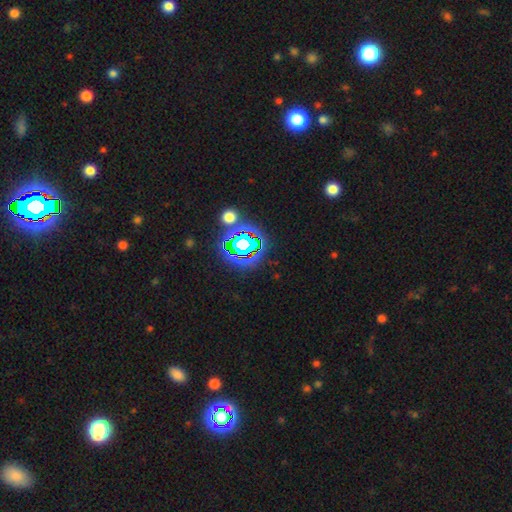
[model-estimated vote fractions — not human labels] A star or artifact, not a galaxy (76%).